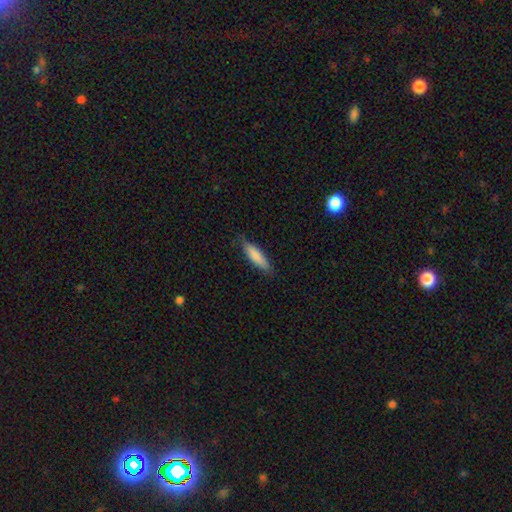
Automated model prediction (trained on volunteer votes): Smooth or featured: smooth — 85% (featured or disk — 9%)
How rounded: cigar-shaped — 63% (in between — 36%)
Merging: none — 79% (minor disturbance — 17%)